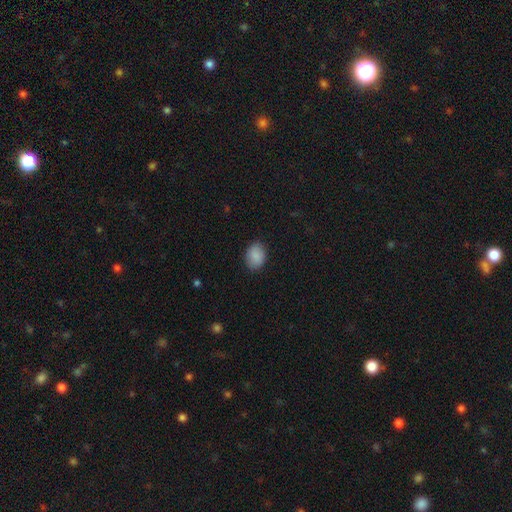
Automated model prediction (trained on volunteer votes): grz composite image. It shows a smooth galaxy with no disk features (87%) that is in between round and cigar-shaped (72%). Merging: none (85%).